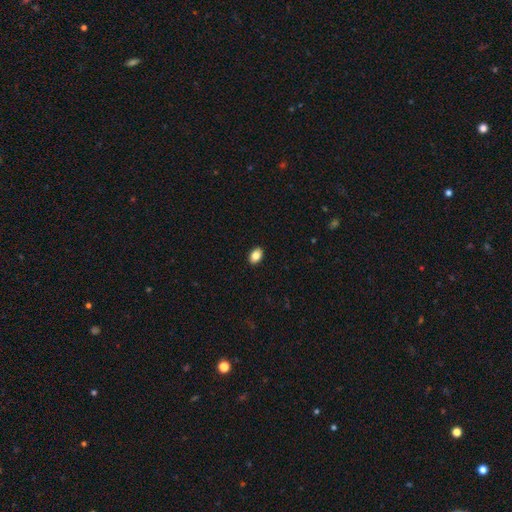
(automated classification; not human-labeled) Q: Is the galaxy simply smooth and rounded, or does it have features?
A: smooth — 85%.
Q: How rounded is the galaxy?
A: in between — 83%.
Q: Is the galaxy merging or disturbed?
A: none — 91%.